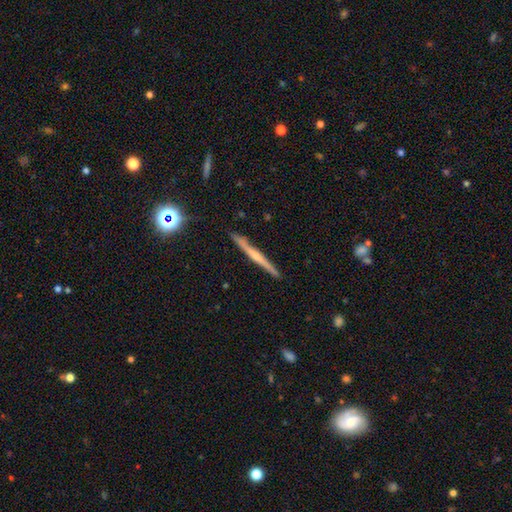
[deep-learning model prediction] Smooth or featured? Predicted: featured or disk (p=0.60). Edge-on disk? Predicted: yes (p=0.97). Edge-on bulge? Predicted: none (p=0.47). Merging? Predicted: none (p=0.89).